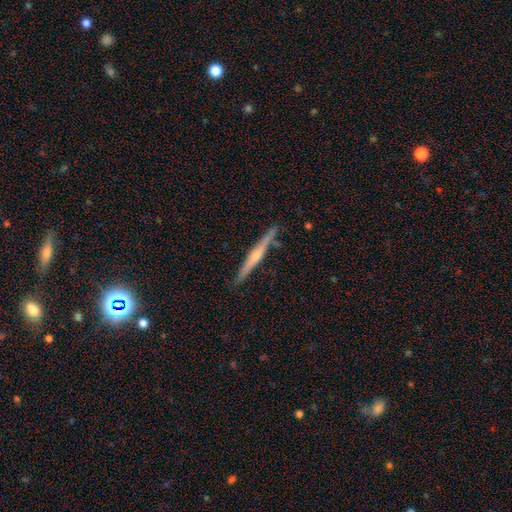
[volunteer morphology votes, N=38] Smooth or featured?
  - featured or disk: 79% *
  - smooth: 13%
  - star or artifact: 8%
Edge-on disk?
  - yes: 100% *
  - no: 0%
Edge-on bulge?
  - rounded: 93% *
  - boxy: 3%
  - none: 3%
Merging?
  - none: 94% *
  - minor disturbance: 3%
  - major disturbance: 3%
  - merger: 0%